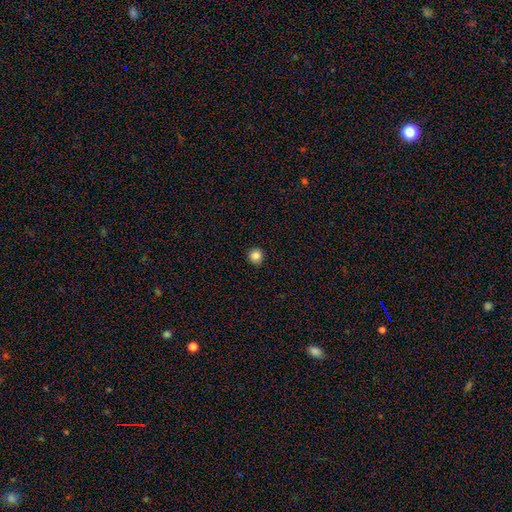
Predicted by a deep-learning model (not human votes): Smooth or featured?
  - smooth: 85% *
  - star or artifact: 11%
  - featured or disk: 4%
How rounded?
  - round: 93% *
  - in between: 6%
  - cigar-shaped: 1%
Merging?
  - none: 92% *
  - minor disturbance: 5%
  - major disturbance: 2%
  - merger: 1%